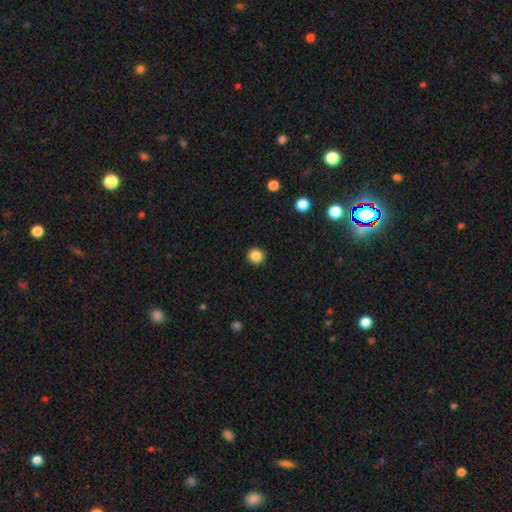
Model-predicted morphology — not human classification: A smooth galaxy with no disk features (86%) that is round (91%). Merging: none (92%).